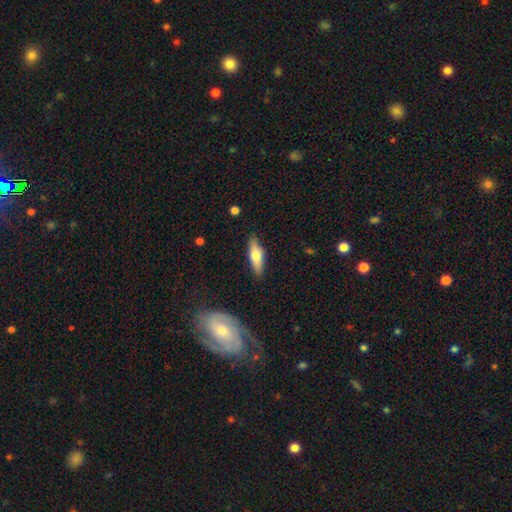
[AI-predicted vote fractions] Smooth or featured?
  - smooth: 60% *
  - featured or disk: 34%
  - star or artifact: 6%
How rounded?
  - cigar-shaped: 52% *
  - in between: 46%
  - round: 2%
Merging?
  - none: 86% *
  - minor disturbance: 10%
  - major disturbance: 2%
  - merger: 2%